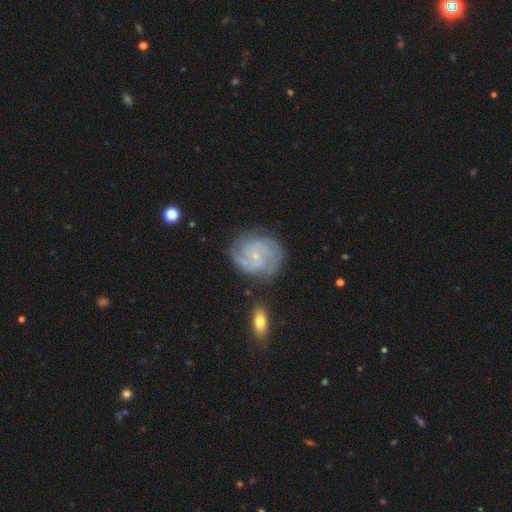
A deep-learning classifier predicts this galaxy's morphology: smooth_or_featured: featured or disk (p=0.84) [alt: smooth p=0.10]
disk_edge_on: no (p=0.98) [alt: yes p=0.02]
bar: no (p=0.71) [alt: weak p=0.25]
has_spiral_arms: yes (p=0.96) [alt: no p=0.04]
spiral_winding: tight (p=0.52) [alt: medium p=0.37]
spiral_arm_count: 2 (p=0.29) [alt: 3 p=0.27]
bulge_size: small (p=0.86) [alt: moderate p=0.09]
merging: none (p=0.73) [alt: minor disturbance p=0.17]